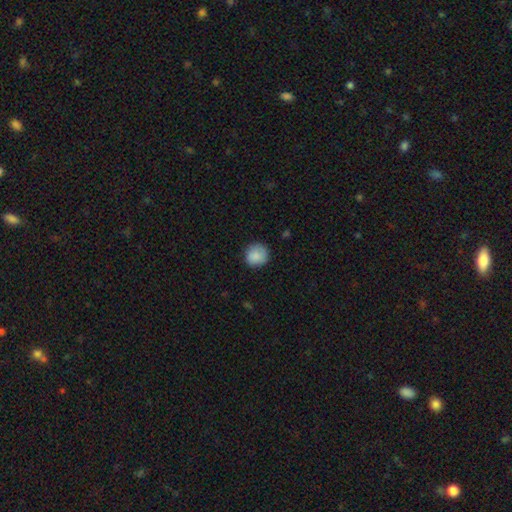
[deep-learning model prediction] This appears to be a smooth galaxy with no disk features (88%) that is round (91%). Merging: none (84%).